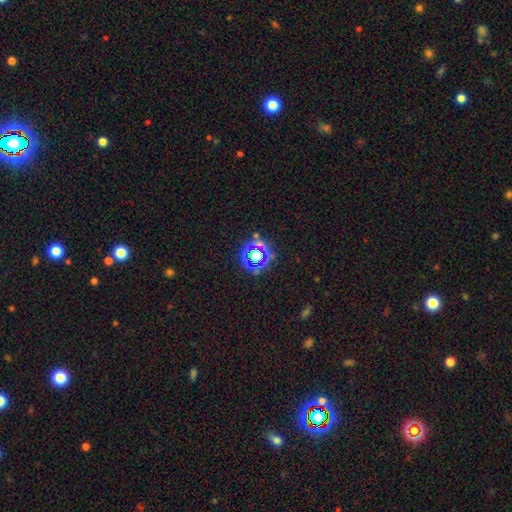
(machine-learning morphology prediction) This appears to be a star or artifact, not a galaxy (63%).